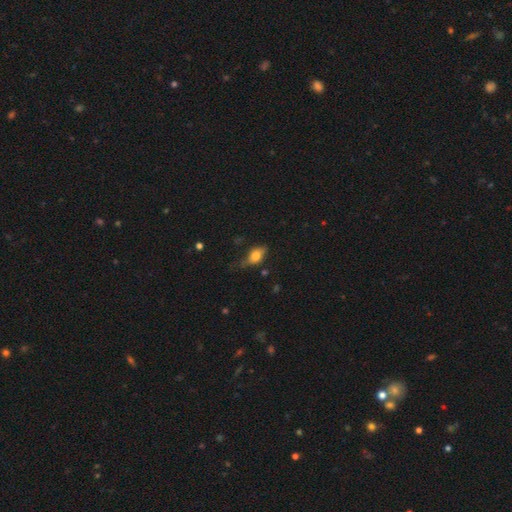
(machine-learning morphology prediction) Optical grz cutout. It shows a smooth galaxy with no disk features (67%) that is in between round and cigar-shaped (79%). Merging: none (50%).